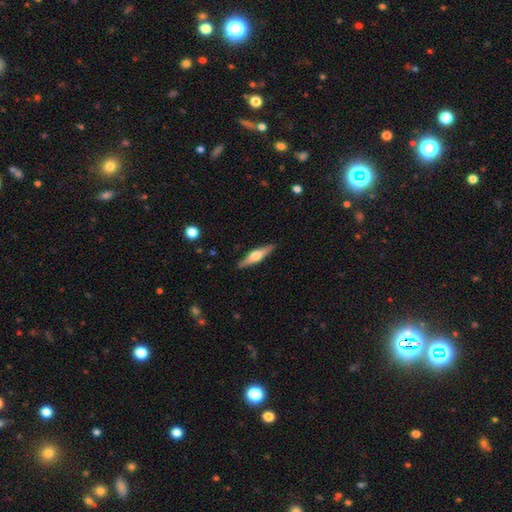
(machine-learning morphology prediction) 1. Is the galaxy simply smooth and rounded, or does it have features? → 63% featured or disk, 32% smooth, 5% star or artifact.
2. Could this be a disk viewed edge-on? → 96% yes, 4% no.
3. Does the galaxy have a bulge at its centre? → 91% rounded, 6% boxy, 3% none.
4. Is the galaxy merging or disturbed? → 89% none, 8% minor disturbance, 2% major disturbance, 1% merger.